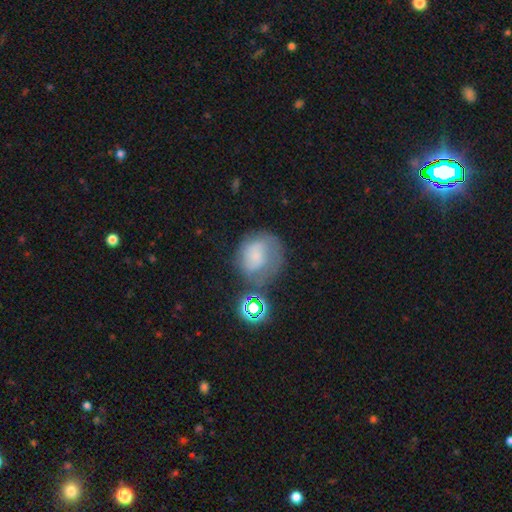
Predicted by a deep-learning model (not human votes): Smooth or featured: smooth — 48% (featured or disk — 37%)
Merging: none — 42% (minor disturbance — 24%)